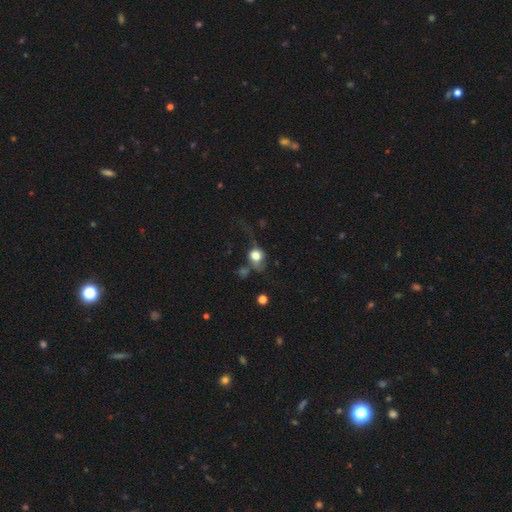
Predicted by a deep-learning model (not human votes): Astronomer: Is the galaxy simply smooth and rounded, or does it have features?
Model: smooth — 68%.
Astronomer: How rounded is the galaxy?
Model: round — 70%.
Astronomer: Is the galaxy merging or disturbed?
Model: none — 35% (runner-up: major disturbance, 34%).